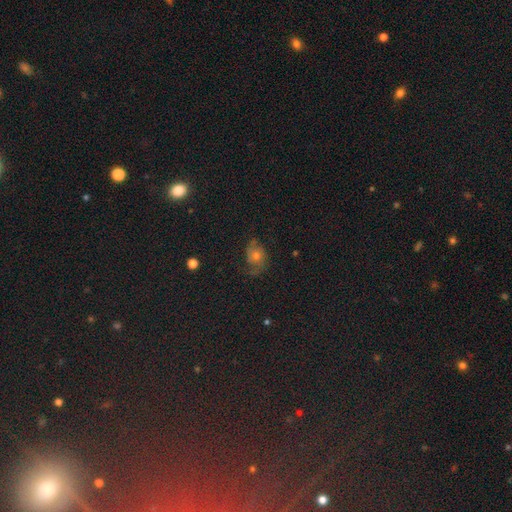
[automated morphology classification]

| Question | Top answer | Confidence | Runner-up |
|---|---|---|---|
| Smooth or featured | featured or disk | 50% | smooth (30%) |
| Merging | none | 59% | minor disturbance (22%) |